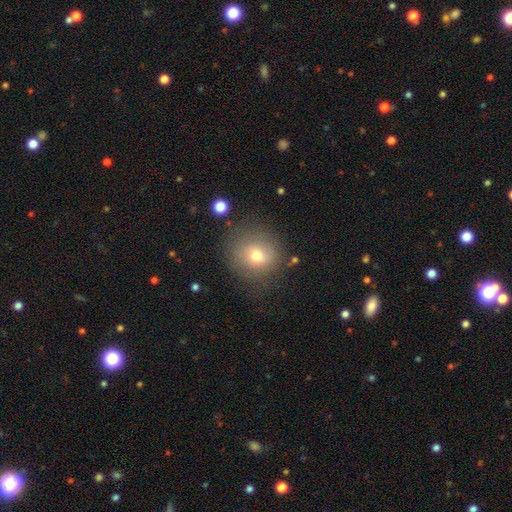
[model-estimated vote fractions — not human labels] Q: Smooth or featured?
A: smooth (69%); runner-up: featured or disk (17%)
Q: How rounded?
A: round (85%); runner-up: in between (14%)
Q: Merging?
A: none (74%); runner-up: minor disturbance (16%)